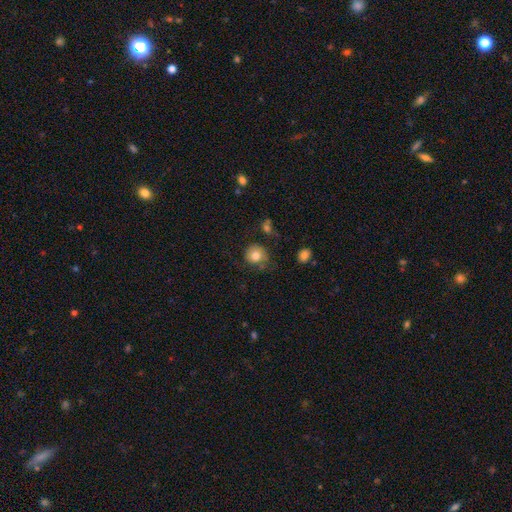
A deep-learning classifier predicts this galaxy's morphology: smooth 78%, featured or disk 13%, star or artifact 9%. Down the decision tree: how rounded — round (86%); merging — none (65%).